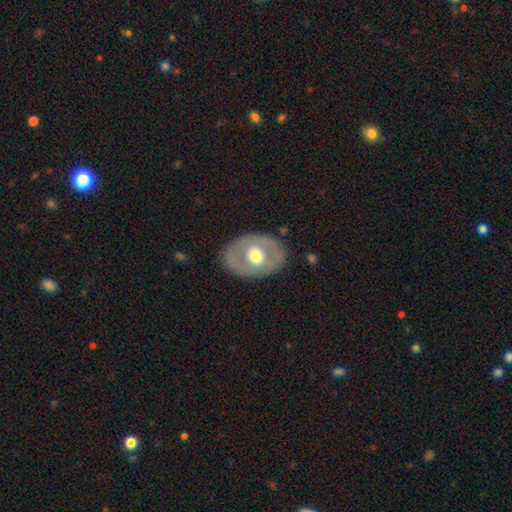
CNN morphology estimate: Q: Smooth or featured?
A: featured or disk (51%); runner-up: smooth (44%)
Q: Edge-on disk?
A: no (92%); runner-up: yes (8%)
Q: Merging?
A: none (82%); runner-up: minor disturbance (12%)